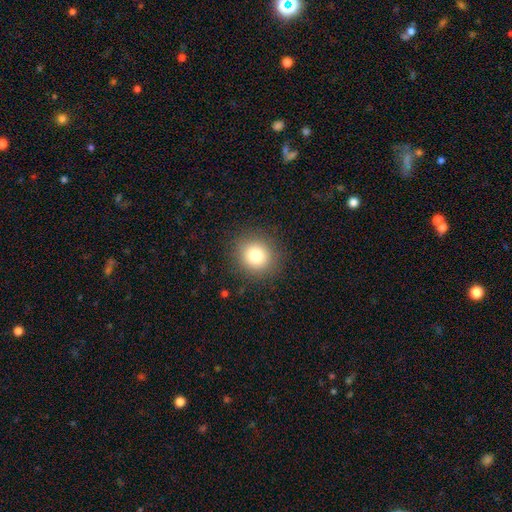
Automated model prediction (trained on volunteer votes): Overall: smooth (79%). How rounded: round (88%). Merging: none (89%).